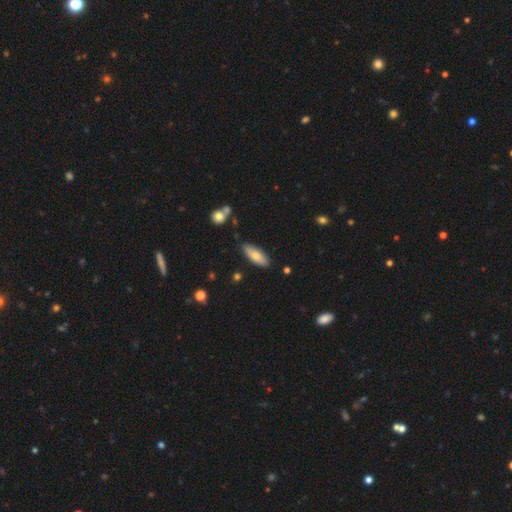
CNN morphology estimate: Overall: smooth (76%). How rounded: in between (64%; cigar-shaped 34%). Merging: none (83%).